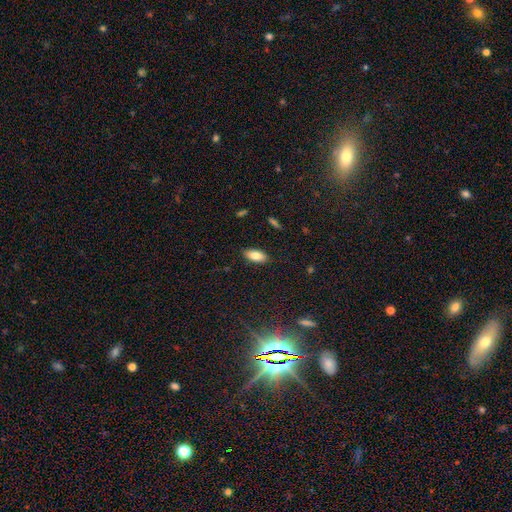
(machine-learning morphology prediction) A smooth galaxy with no disk features (83%) that is in between round and cigar-shaped (90%).

Vote fractions:
- Smooth or featured? smooth: 83% / featured or disk: 10% / star or artifact: 8%
- How rounded? in between: 90% / cigar-shaped: 8% / round: 2%
- Merging? none: 86% / minor disturbance: 11% / major disturbance: 2% / merger: 1%